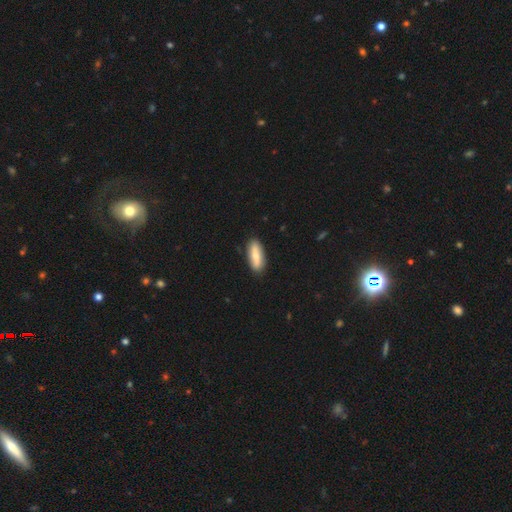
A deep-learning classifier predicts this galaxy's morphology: A smooth galaxy with no disk features (66%) that is in between round and cigar-shaped (70%).

Vote fractions:
- Smooth or featured? smooth: 66% / featured or disk: 29% / star or artifact: 5%
- How rounded? in between: 70% / cigar-shaped: 27% / round: 2%
- Merging? none: 87% / minor disturbance: 9% / major disturbance: 2% / merger: 1%